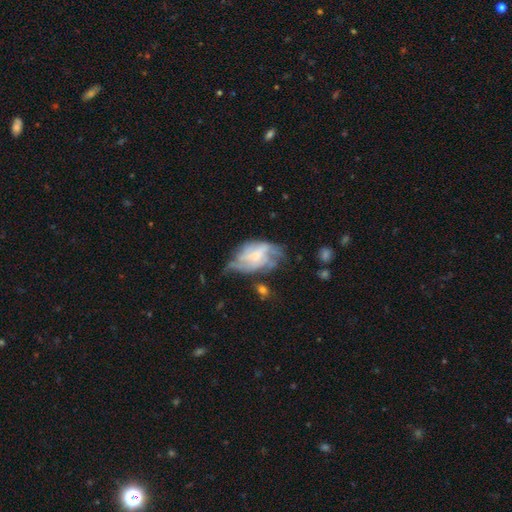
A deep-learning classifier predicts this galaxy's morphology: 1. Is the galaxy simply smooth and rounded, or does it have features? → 63% featured or disk, 29% smooth, 8% star or artifact.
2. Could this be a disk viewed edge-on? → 95% no, 5% yes.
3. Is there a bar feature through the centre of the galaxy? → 60% no, 32% weak, 9% strong.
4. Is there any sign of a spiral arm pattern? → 65% yes, 35% no.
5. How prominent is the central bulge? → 34% none, 27% moderate, 25% small, 12% large, 2% dominant.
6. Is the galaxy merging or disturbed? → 35% none, 32% minor disturbance, 29% major disturbance, 5% merger.